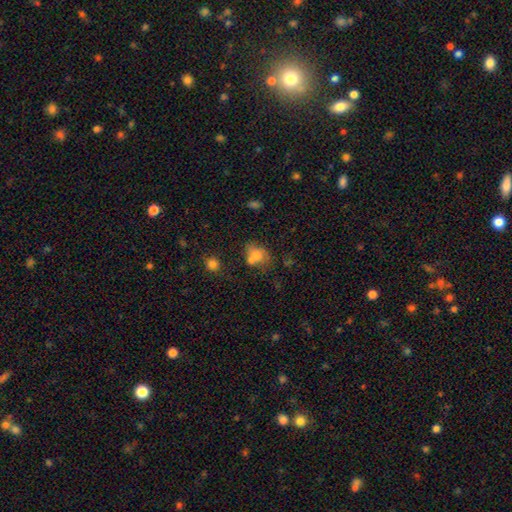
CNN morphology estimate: smooth-or-featured: smooth: 69% | featured or disk: 19% | star or artifact: 12%
  how-rounded: in between: 58% | round: 41% | cigar-shaped: 1%
  merging: merger: 37% | none: 36% | minor disturbance: 17% | major disturbance: 10%